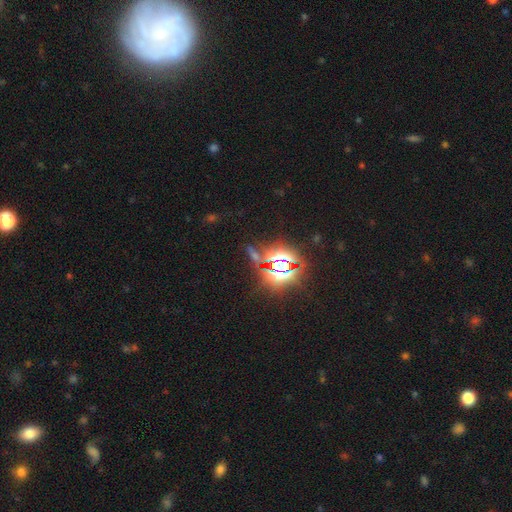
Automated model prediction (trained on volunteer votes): Smooth or featured? Predicted: star or artifact (p=0.79).